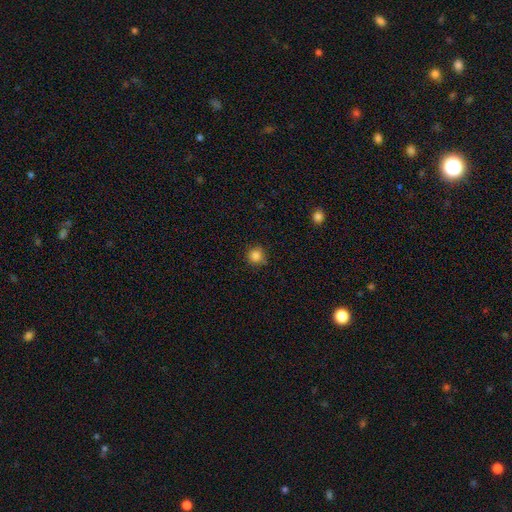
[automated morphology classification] smooth 85%, star or artifact 11%, featured or disk 4%. Down the decision tree: how rounded — round (93%); merging — none (83%).